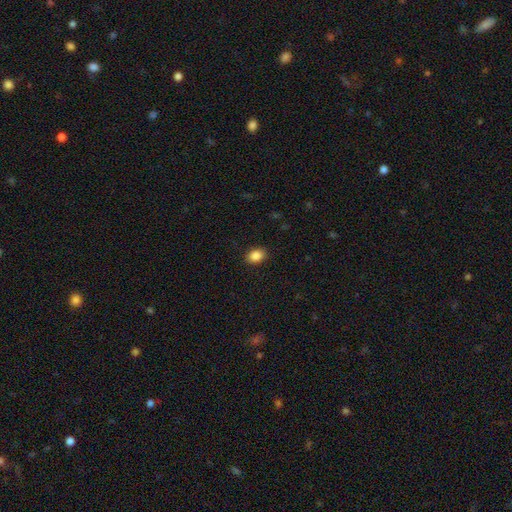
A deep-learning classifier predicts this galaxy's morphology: smooth-or-featured: smooth: 87% | star or artifact: 9% | featured or disk: 4%
  how-rounded: in between: 73% | round: 26% | cigar-shaped: 1%
  merging: none: 90% | minor disturbance: 7% | major disturbance: 2% | merger: 1%